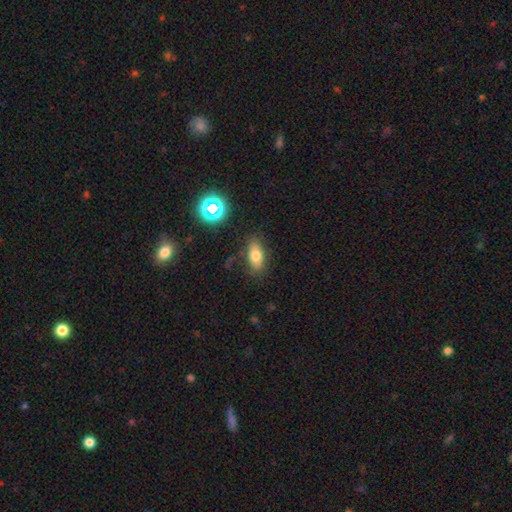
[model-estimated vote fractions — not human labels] A smooth galaxy with no disk features (71%) that is in between round and cigar-shaped (83%).

Vote fractions:
- Smooth or featured? smooth: 71% / featured or disk: 16% / star or artifact: 13%
- How rounded? in between: 83% / cigar-shaped: 9% / round: 8%
- Merging? none: 79% / minor disturbance: 15% / major disturbance: 4% / merger: 2%